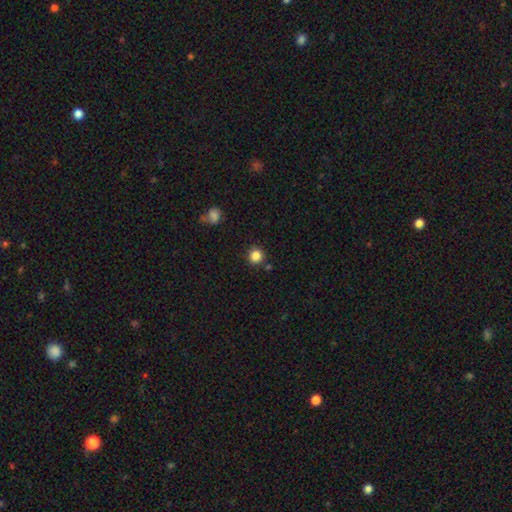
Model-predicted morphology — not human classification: This appears to be a smooth galaxy with no disk features (85%) that is round (91%). Merging: none (86%).